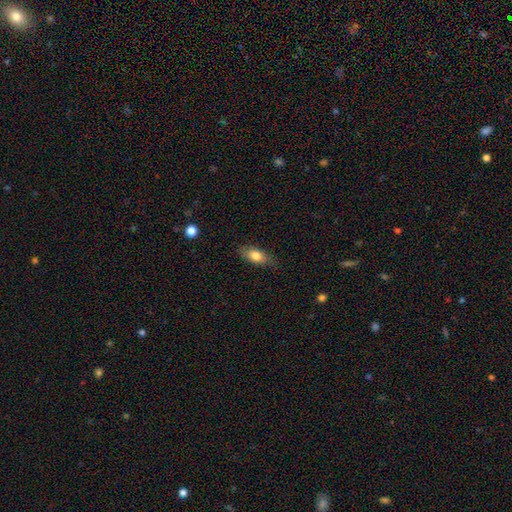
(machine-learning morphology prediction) smooth_or_featured: smooth (p=0.78) [alt: featured or disk p=0.15]
how_rounded: in between (p=0.82) [alt: cigar-shaped p=0.13]
merging: none (p=0.78) [alt: minor disturbance p=0.17]